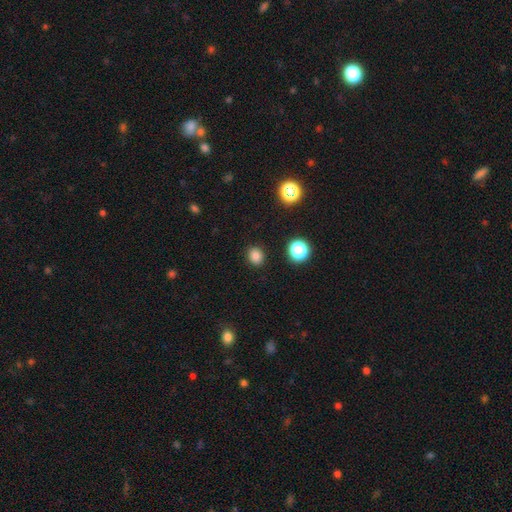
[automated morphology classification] A smooth galaxy with no disk features (81%) that is round (70%). Merging: none (90%).